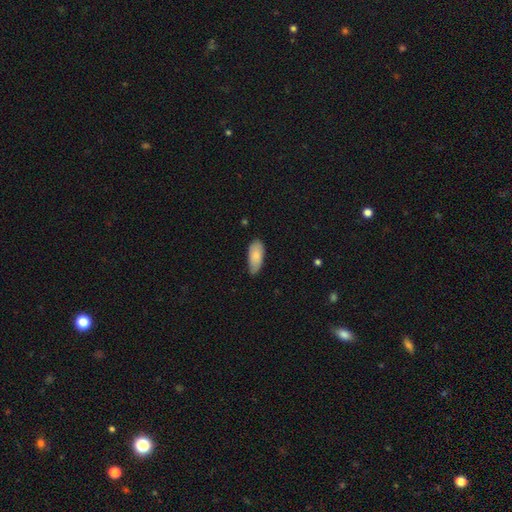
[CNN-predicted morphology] Overall: smooth (83%). How rounded: in between (86%). Merging: none (63%; minor disturbance 32%).